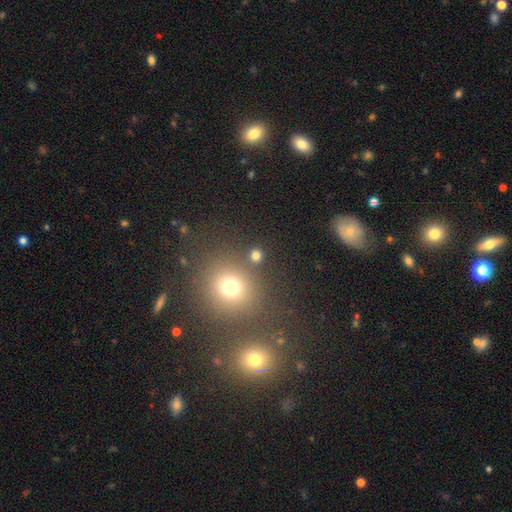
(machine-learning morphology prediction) This is likely a smooth galaxy (76%). How rounded: clearly round (89%). Merging: clearly none (81%).